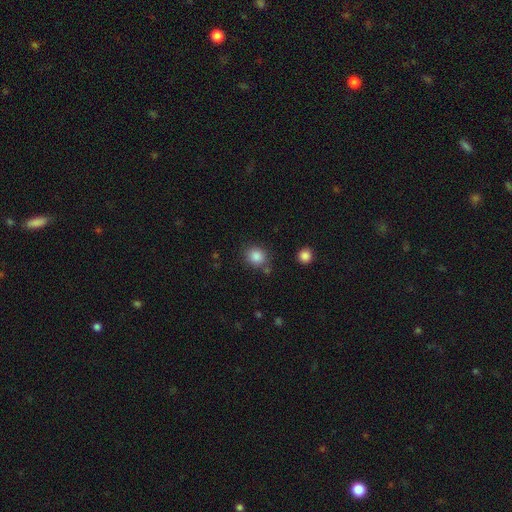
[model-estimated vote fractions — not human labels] Smooth or featured? smooth (86%)
How rounded? round (75%)
Merging? none (76%)